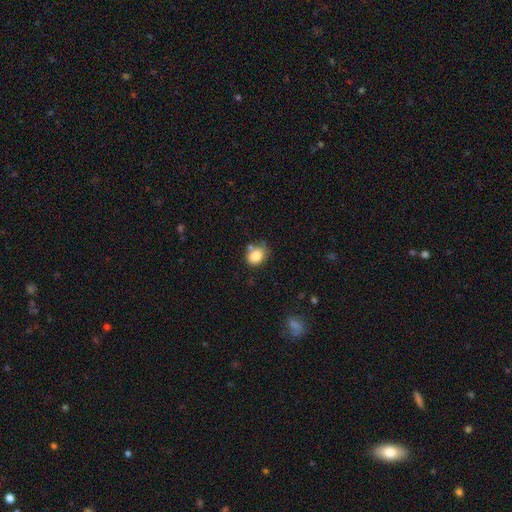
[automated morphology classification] Smooth or featured: smooth — 82% (star or artifact — 10%)
How rounded: round — 50% (in between — 49%)
Merging: none — 62% (minor disturbance — 21%)